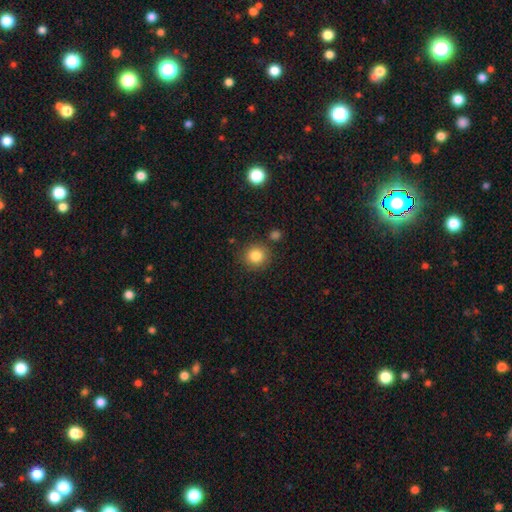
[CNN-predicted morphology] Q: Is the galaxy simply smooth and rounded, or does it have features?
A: smooth — 84%.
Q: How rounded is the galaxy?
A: round — 90%.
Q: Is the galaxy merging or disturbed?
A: none — 85%.